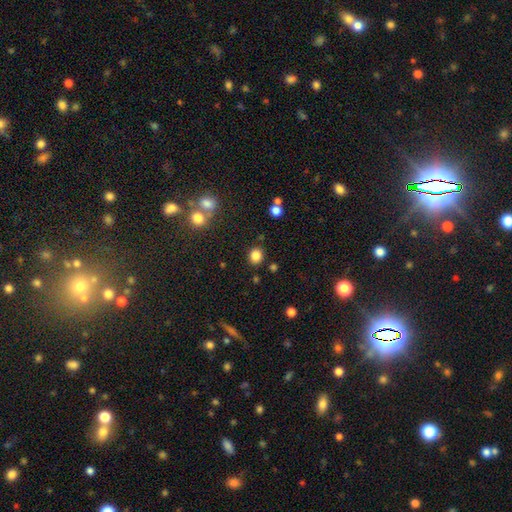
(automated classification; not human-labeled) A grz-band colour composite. It shows a smooth galaxy with no disk features (84%) that is round (75%). Merging: none (85%).